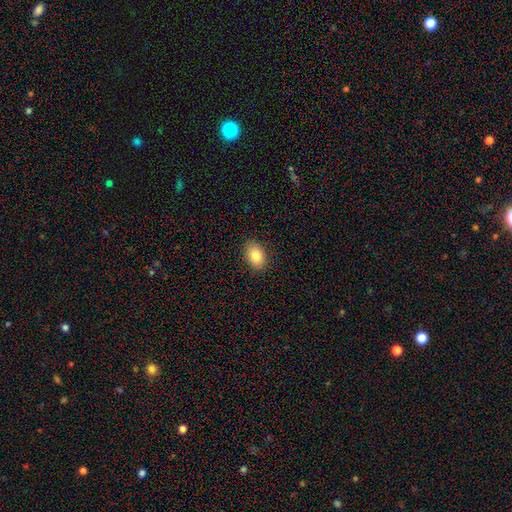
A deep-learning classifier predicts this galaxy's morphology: type=smooth (84%); roundness=in between (84%); merging=none (88%).